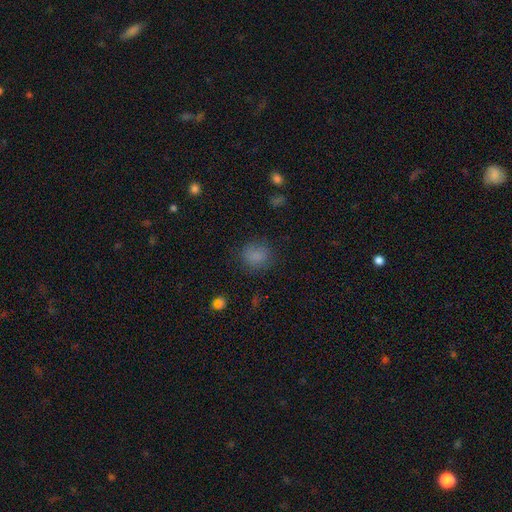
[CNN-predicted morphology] Smooth or featured?
  - smooth: 82% *
  - star or artifact: 13%
  - featured or disk: 5%
How rounded?
  - round: 78% *
  - in between: 21%
  - cigar-shaped: 1%
Merging?
  - none: 81% *
  - minor disturbance: 13%
  - major disturbance: 5%
  - merger: 1%